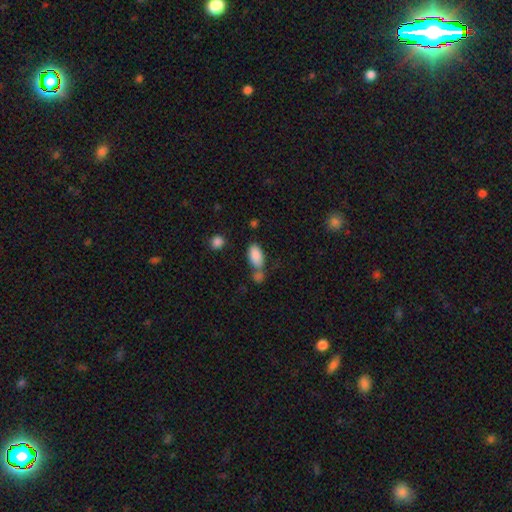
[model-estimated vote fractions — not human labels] Overall: smooth (86%). How rounded: in between (92%). Merging: none (44%; merger 37%).